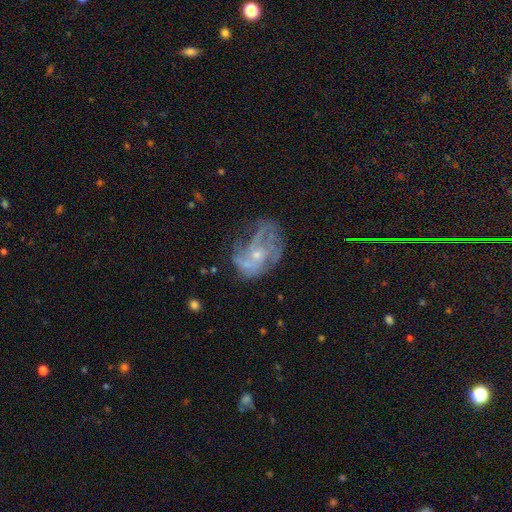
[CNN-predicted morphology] A featured or disk galaxy (76%) with no bar (75%), medium (42%) spiral arms (77%) and a small central bulge (69%).

Vote fractions:
- Smooth or featured? featured or disk: 76% / smooth: 14% / star or artifact: 10%
- Edge-on disk? no: 97% / yes: 3%
- Bar? no: 75% / weak: 21% / strong: 4%
- Spiral arms? yes: 77% / no: 23%
- Spiral winding? medium: 42% / tight: 33% / loose: 25%
- Spiral arm count? can't tell: 35% / 3: 23% / 2: 21% / 4: 9% / 1: 7% / more than 4: 5%
- Bulge size? small: 69% / moderate: 25% / none: 5% / large: 1% / dominant: 1%
- Merging? none: 45% / major disturbance: 27% / minor disturbance: 24% / merger: 4%